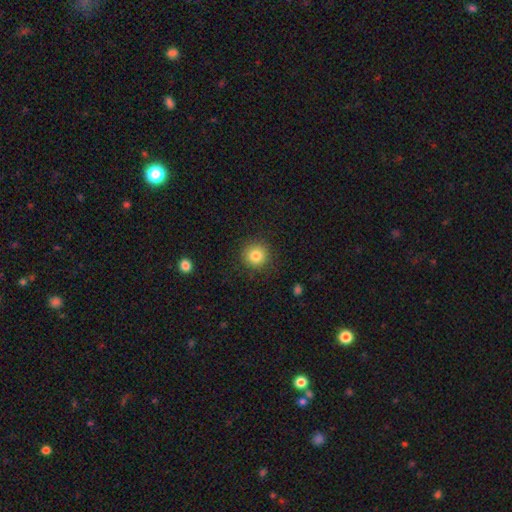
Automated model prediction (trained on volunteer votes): Morphology: type=smooth (82%); roundness=round (94%); merging=none (89%).